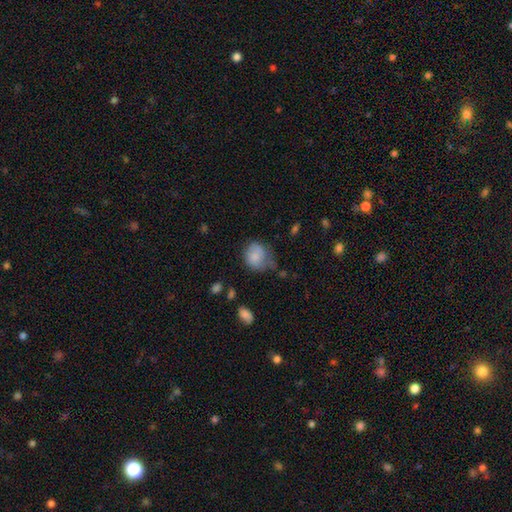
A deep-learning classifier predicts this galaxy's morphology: A smooth galaxy with no disk features (77%) that is round (64%).

Vote fractions:
- Smooth or featured? smooth: 77% / featured or disk: 15% / star or artifact: 8%
- How rounded? round: 64% / in between: 35% / cigar-shaped: 1%
- Merging? none: 43% / minor disturbance: 35% / major disturbance: 17% / merger: 5%